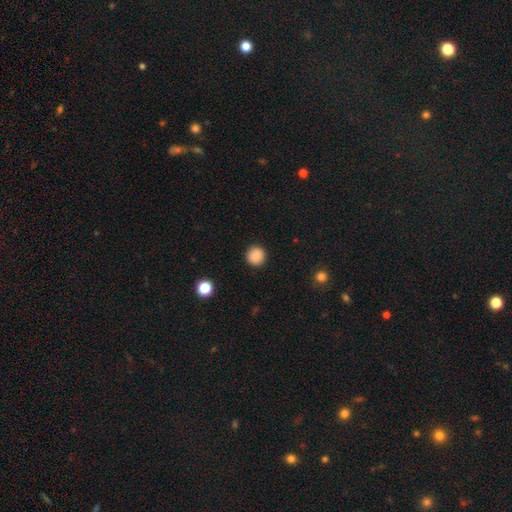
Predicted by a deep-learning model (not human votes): The model was most divided on "smooth or featured": smooth: 88%, star or artifact: 9%, featured or disk: 2%. More confident: how rounded — round (95%); merging — none (92%).